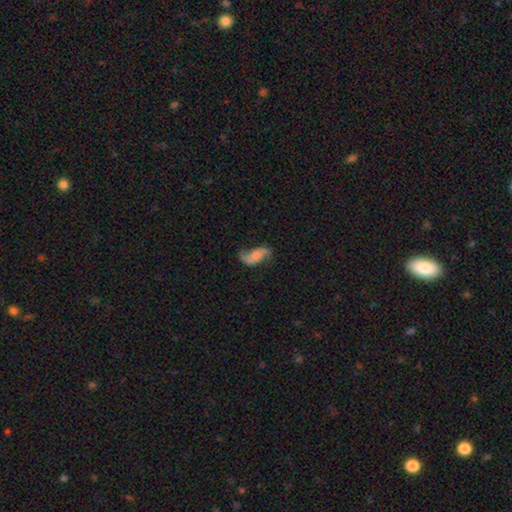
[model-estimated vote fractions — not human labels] smooth-or-featured: featured or disk: 73% | smooth: 21% | star or artifact: 7%
  disk-edge-on: no: 95% | yes: 5%
    bar: no: 54% | weak: 33% | strong: 13%
    has-spiral-arms: yes: 93% | no: 7%
      spiral-winding: loose: 79% | medium: 17% | tight: 5%
      spiral-arm-count: 2: 89% | 1: 5% | can't tell: 3% | 3: 1% | 4: 1% | more than 4: 1%
    bulge-size: moderate: 45% | small: 32% | none: 11% | large: 10% | dominant: 2%
  merging: none: 68% | minor disturbance: 19% | major disturbance: 10% | merger: 2%